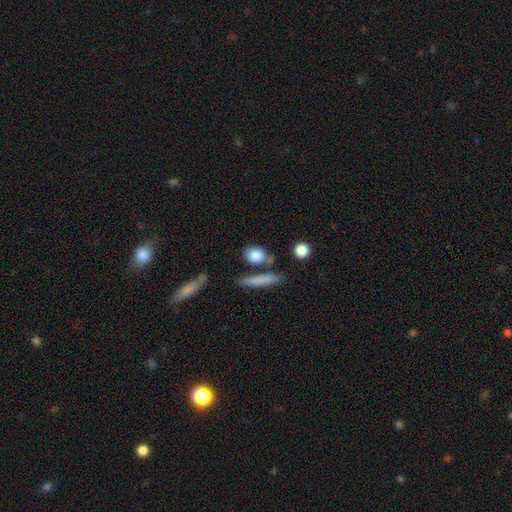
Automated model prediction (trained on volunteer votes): The model was most divided on "how rounded": round: 52%, in between: 37%, cigar-shaped: 11%. More confident: smooth or featured — smooth (83%); merging — none (67%).